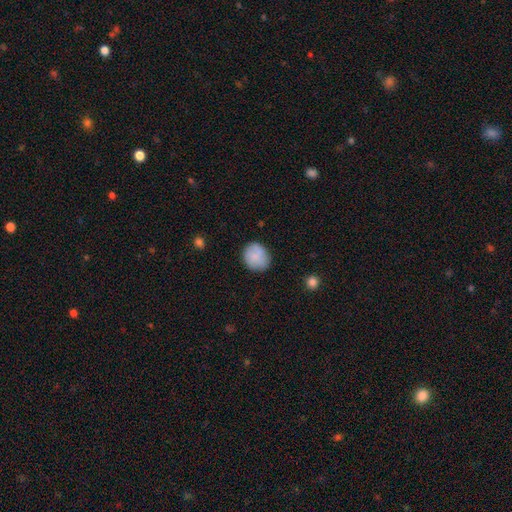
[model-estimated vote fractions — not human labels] Smooth or featured: smooth — 83% (featured or disk — 10%)
How rounded: round — 80% (in between — 19%)
Merging: none — 81% (minor disturbance — 14%)